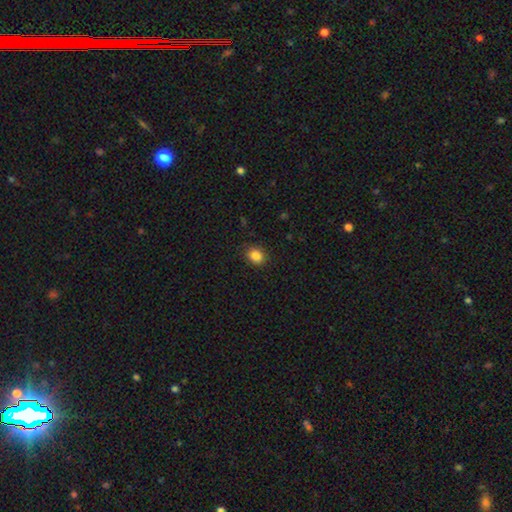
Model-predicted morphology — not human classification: Overall: smooth (86%). How rounded: round (65%; in between 34%). Merging: none (88%).